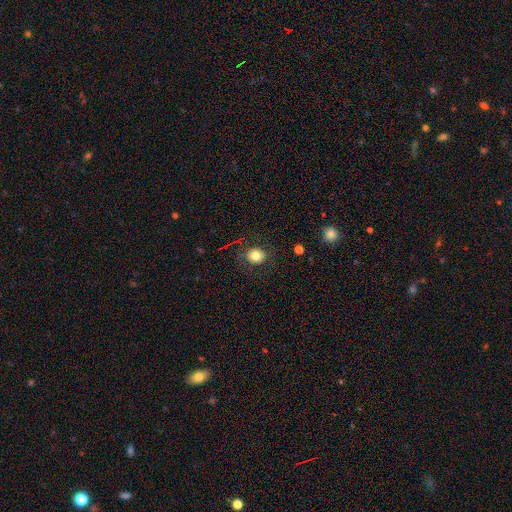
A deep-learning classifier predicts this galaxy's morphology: This is likely a smooth galaxy (79%). How rounded: likely round (76%). Merging: clearly none (85%).